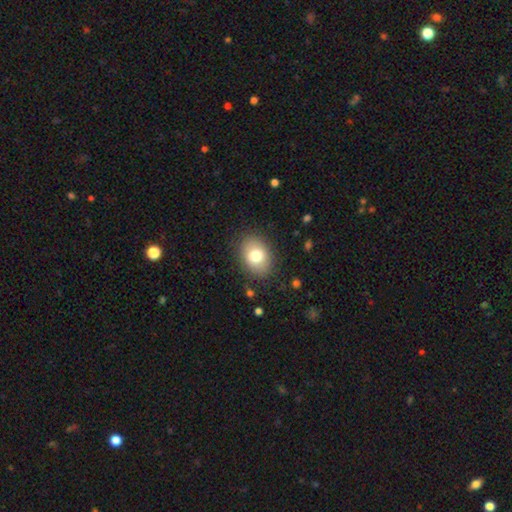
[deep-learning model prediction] smooth_or_featured: smooth (p=0.78) [alt: featured or disk p=0.13]
how_rounded: in between (p=0.70) [alt: round p=0.29]
merging: none (p=0.85) [alt: minor disturbance p=0.10]